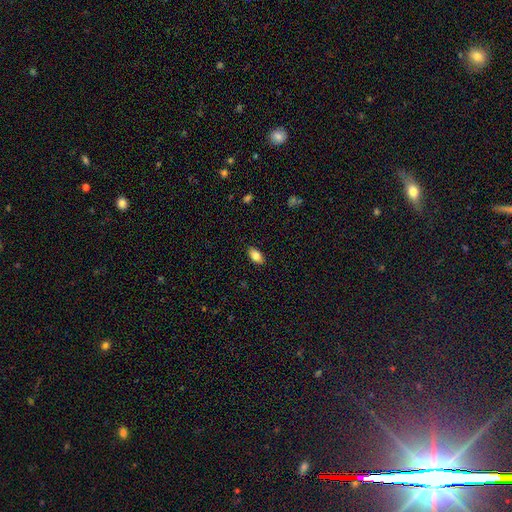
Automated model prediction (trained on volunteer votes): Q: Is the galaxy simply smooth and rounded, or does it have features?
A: smooth — 82%.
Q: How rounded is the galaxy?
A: in between — 91%.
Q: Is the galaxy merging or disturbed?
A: none — 87%.